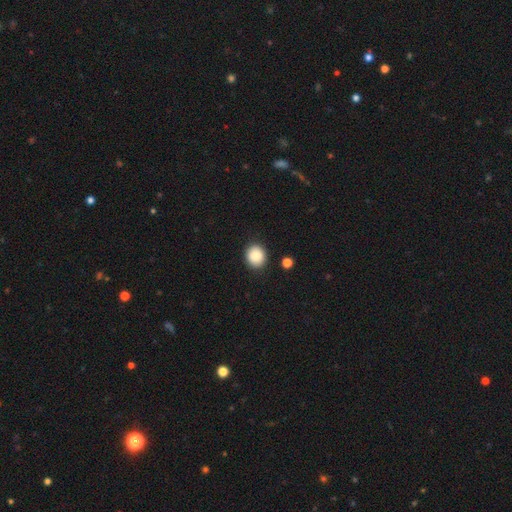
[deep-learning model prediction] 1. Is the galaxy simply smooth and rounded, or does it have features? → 87% smooth, 8% star or artifact, 5% featured or disk.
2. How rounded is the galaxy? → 74% round, 25% in between, 1% cigar-shaped.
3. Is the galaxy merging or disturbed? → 89% none, 8% minor disturbance, 2% major disturbance, 2% merger.